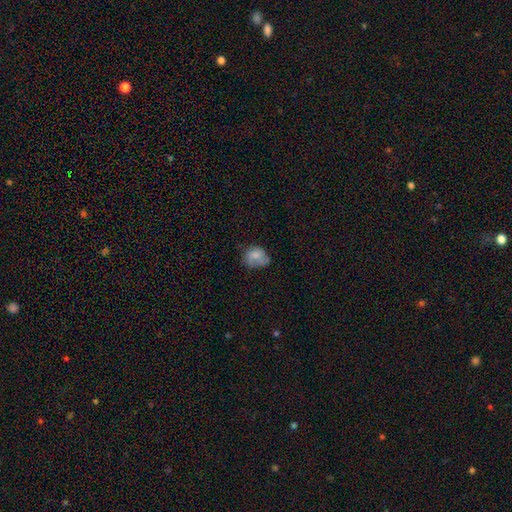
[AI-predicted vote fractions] A smooth galaxy with no disk features (74%) that is in between round and cigar-shaped (51%). Merging: none (45%).